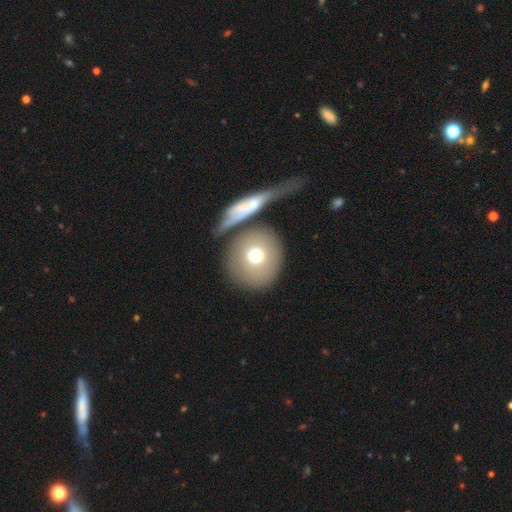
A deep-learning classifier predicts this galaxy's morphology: Q: Smooth or featured?
A: smooth (70%); runner-up: featured or disk (23%)
Q: How rounded?
A: round (87%); runner-up: in between (11%)
Q: Merging?
A: none (66%); runner-up: merger (15%)